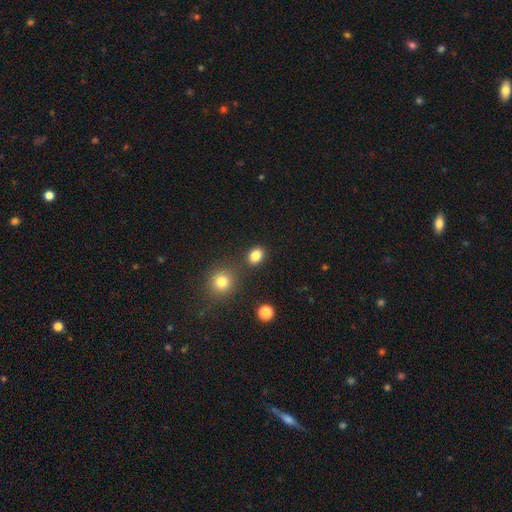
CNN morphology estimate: Smooth or featured? smooth (84%)
How rounded? in between (63%)
Merging? none (82%)